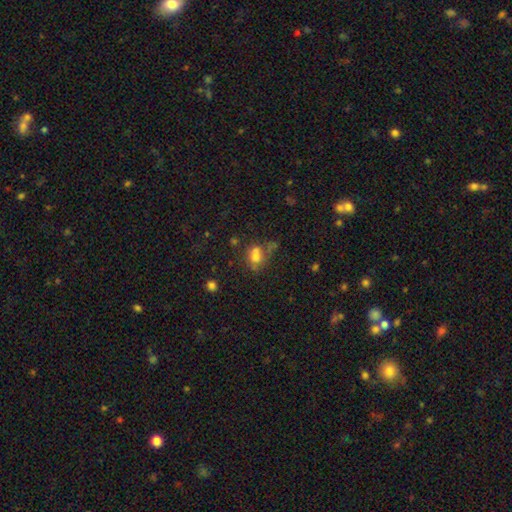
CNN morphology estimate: This appears to be a smooth galaxy with no disk features (64%) that is round (51%). Merging: merger (38%).